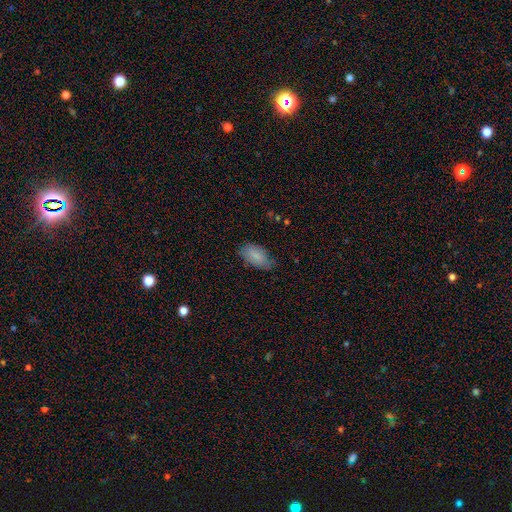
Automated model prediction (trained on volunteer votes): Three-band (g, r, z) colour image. It shows a smooth galaxy with no disk features (83%) that is in between round and cigar-shaped (94%). Merging: none (67%).